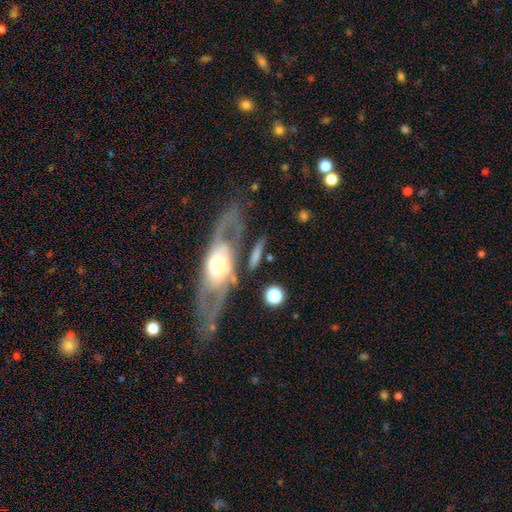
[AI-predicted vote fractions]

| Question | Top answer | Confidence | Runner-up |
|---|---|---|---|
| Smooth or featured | featured or disk | 50% | smooth (43%) |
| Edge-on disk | no | 55% | yes (45%) |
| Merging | none | 63% | minor disturbance (16%) |